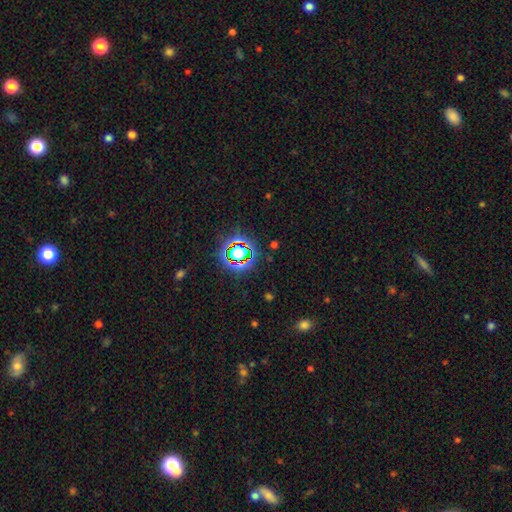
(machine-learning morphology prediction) This appears to be a star or artifact, not a galaxy (78%).